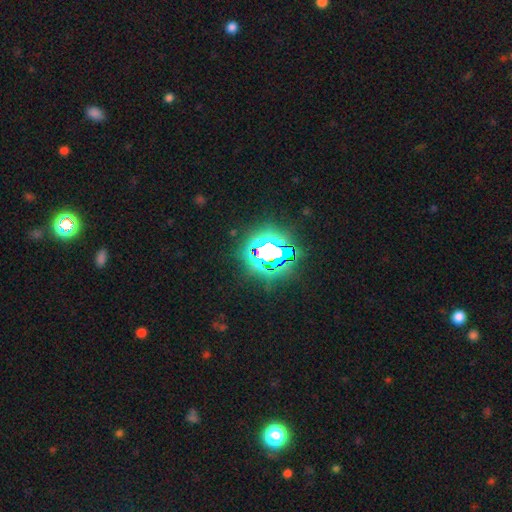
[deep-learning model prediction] Smooth or featured: star or artifact — 76% (smooth — 14%)